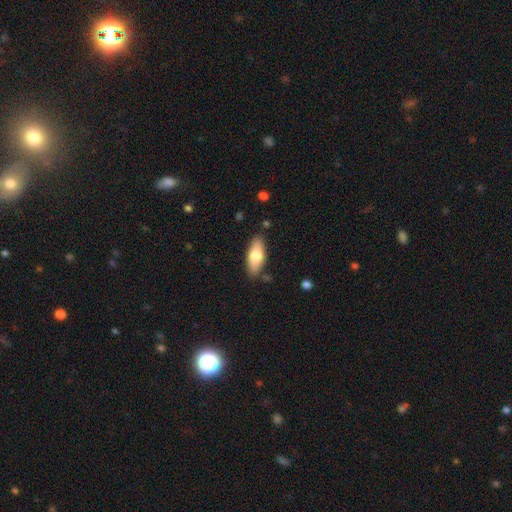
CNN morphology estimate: Overall: smooth (73%). How rounded: in between (81%). Merging: none (83%).